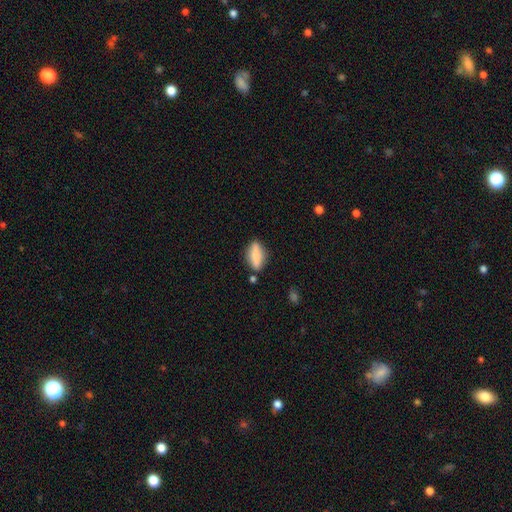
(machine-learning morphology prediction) The model was most divided on "how rounded": in between: 62%, cigar-shaped: 34%, round: 4%. More confident: merging — none (78%); smooth or featured — smooth (75%).